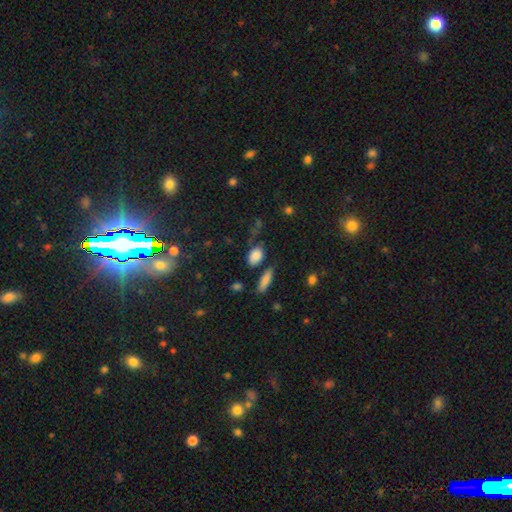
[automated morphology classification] type=smooth (83%); roundness=in between (77%); merging=none (63%).